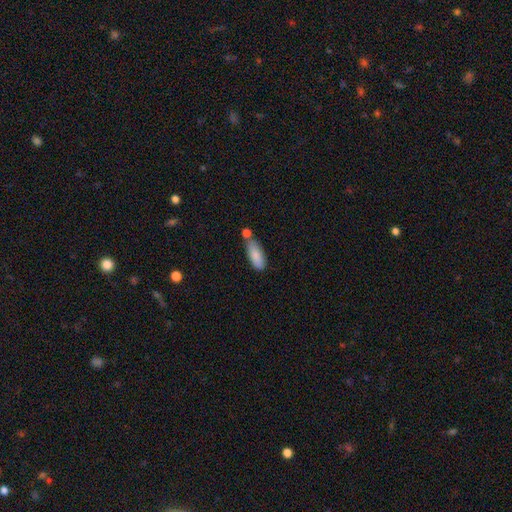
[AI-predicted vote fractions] Smooth or featured?
  - smooth: 84% *
  - featured or disk: 9%
  - star or artifact: 7%
How rounded?
  - in between: 76% *
  - cigar-shaped: 22%
  - round: 2%
Merging?
  - none: 52% *
  - merger: 25%
  - minor disturbance: 19%
  - major disturbance: 4%